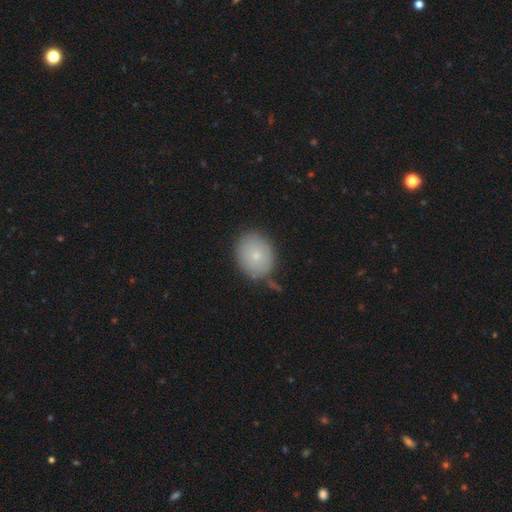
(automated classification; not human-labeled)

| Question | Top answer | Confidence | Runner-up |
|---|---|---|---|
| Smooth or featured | smooth | 77% | featured or disk (14%) |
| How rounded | round | 54% | in between (45%) |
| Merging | none | 74% | minor disturbance (17%) |